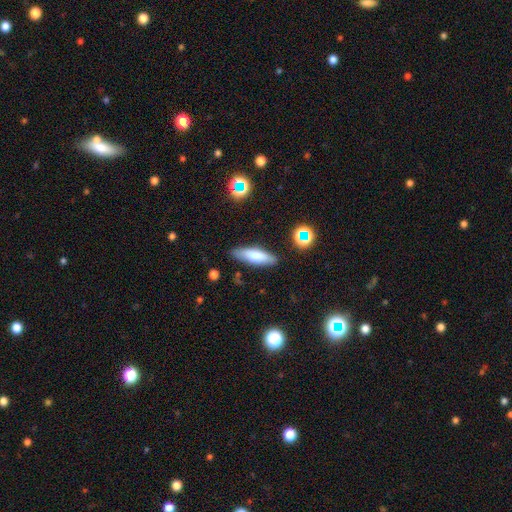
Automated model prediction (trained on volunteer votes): Smooth or featured? smooth (73%)
How rounded? cigar-shaped (55%)
Merging? none (84%)